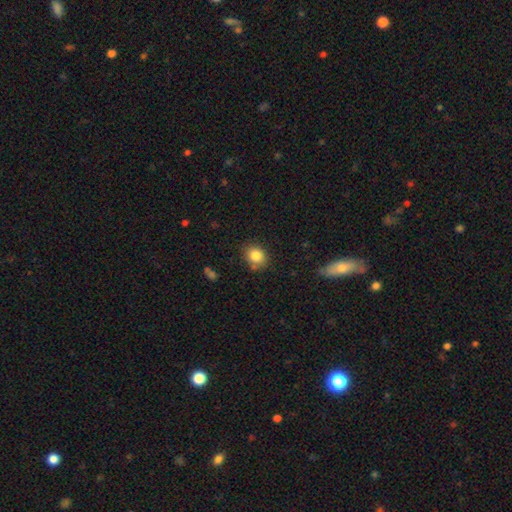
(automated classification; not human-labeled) Morphology: type=smooth (84%); roundness=round (66%); merging=none (79%).